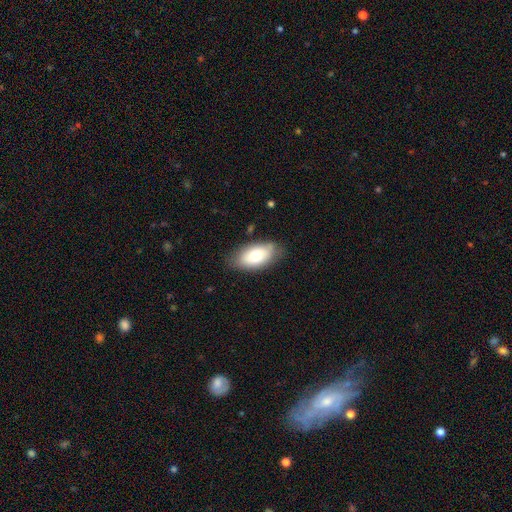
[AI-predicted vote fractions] smooth-or-featured: smooth: 73% | featured or disk: 20% | star or artifact: 7%
  how-rounded: in between: 93% | round: 4% | cigar-shaped: 3%
  merging: none: 78% | minor disturbance: 17% | major disturbance: 4% | merger: 2%